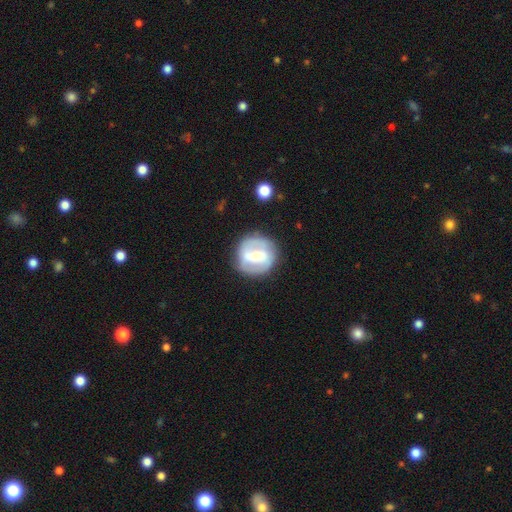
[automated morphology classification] This appears to be a featured or disk galaxy (67%) with a strong bar (48%), spiral arms (69%) and a moderate central bulge (45%). Merging: none (77%).